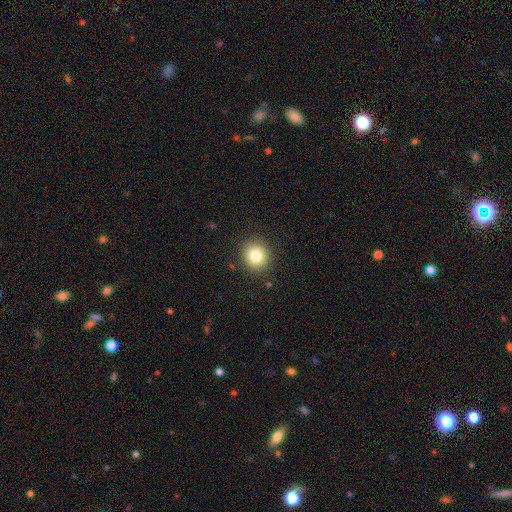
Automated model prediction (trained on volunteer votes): smooth 81%, star or artifact 11%, featured or disk 8%. Down the decision tree: how rounded — round (88%); merging — none (90%).